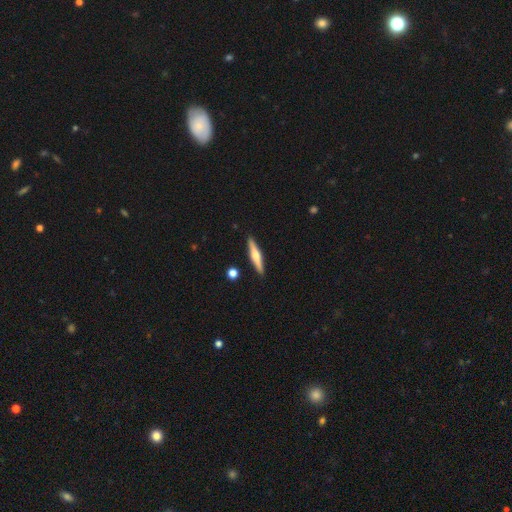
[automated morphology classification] smooth_or_featured: featured or disk (p=0.59) [alt: smooth p=0.36]
disk_edge_on: yes (p=0.97) [alt: no p=0.03]
edge_on_bulge: rounded (p=0.83) [alt: boxy p=0.10]
merging: none (p=0.90) [alt: minor disturbance p=0.07]